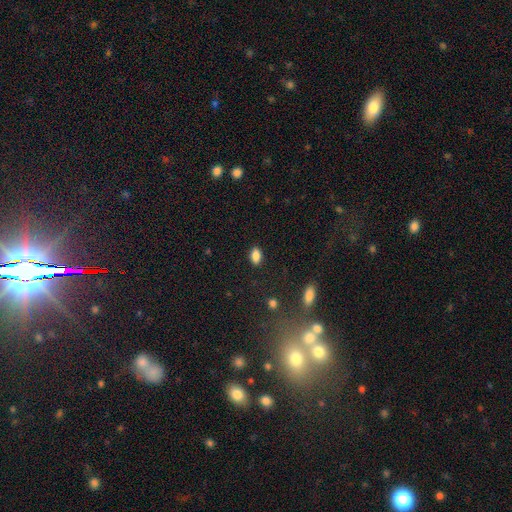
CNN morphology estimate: The model was most divided on "merging": none: 86%, minor disturbance: 10%, major disturbance: 3%, merger: 2%. More confident: how rounded — in between (89%); smooth or featured — smooth (86%).